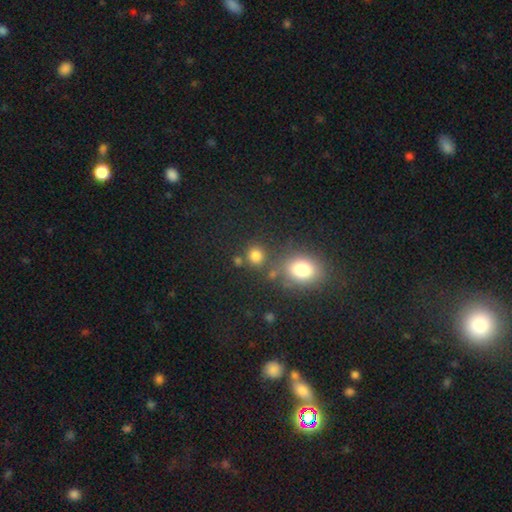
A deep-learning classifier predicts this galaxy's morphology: The model was most divided on "smooth or featured": smooth: 79%, star or artifact: 16%, featured or disk: 5%. More confident: how rounded — round (86%); merging — none (76%).